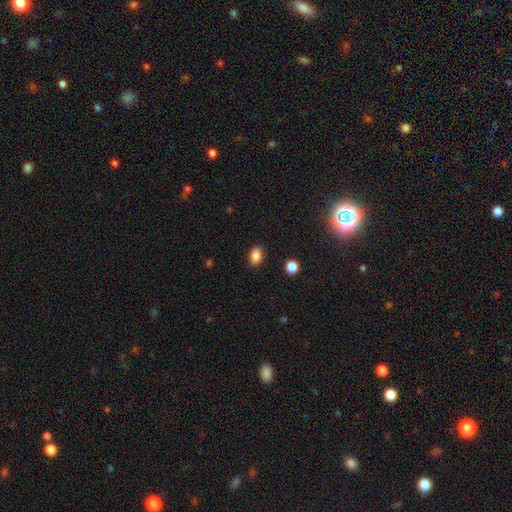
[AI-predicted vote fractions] Q: Smooth or featured?
A: smooth (86%); runner-up: star or artifact (10%)
Q: How rounded?
A: in between (84%); runner-up: round (14%)
Q: Merging?
A: none (86%); runner-up: minor disturbance (10%)